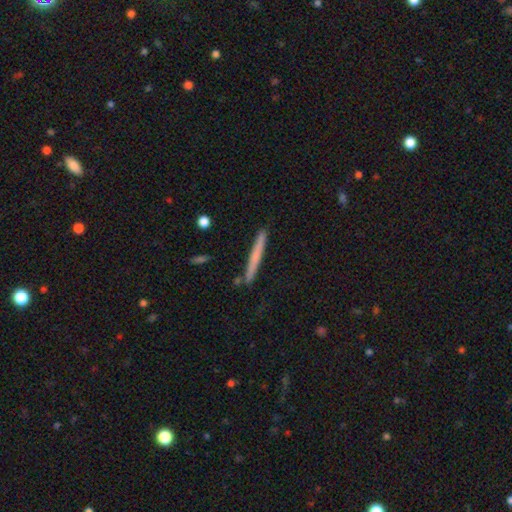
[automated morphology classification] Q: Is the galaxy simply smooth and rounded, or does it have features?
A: smooth — 62%.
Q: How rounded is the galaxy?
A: cigar-shaped — 97%.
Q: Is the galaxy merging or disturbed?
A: none — 89%.